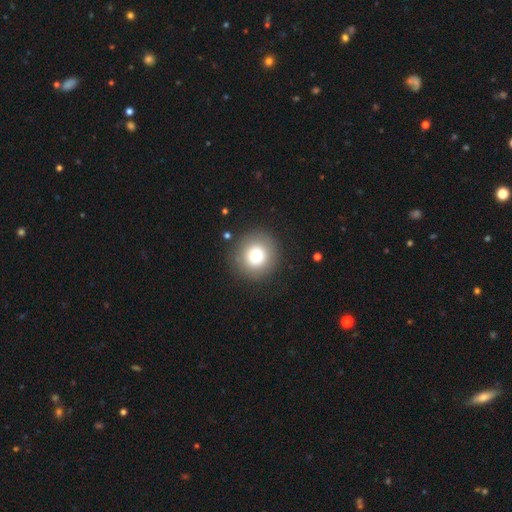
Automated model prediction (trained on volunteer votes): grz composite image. It shows a smooth galaxy with no disk features (75%) that is round (95%). Merging: none (88%).